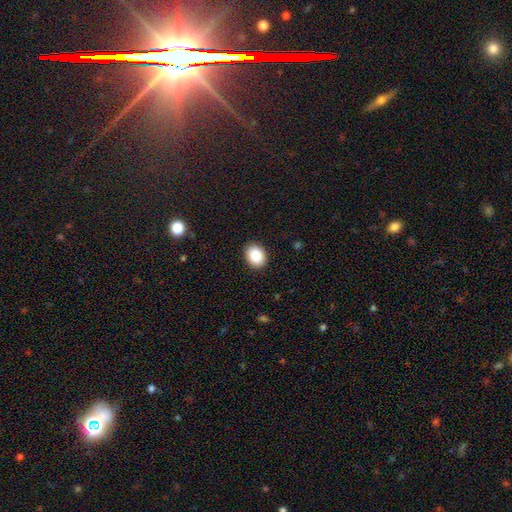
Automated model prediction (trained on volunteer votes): Smooth or featured?
  - smooth: 86% *
  - star or artifact: 8%
  - featured or disk: 6%
How rounded?
  - in between: 61% *
  - round: 38%
  - cigar-shaped: 1%
Merging?
  - none: 91% *
  - minor disturbance: 7%
  - major disturbance: 2%
  - merger: 1%